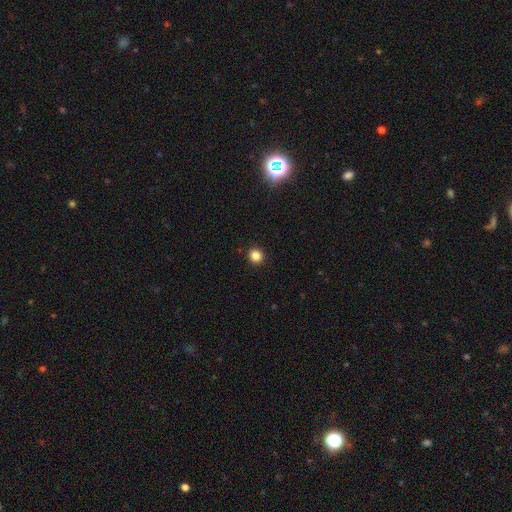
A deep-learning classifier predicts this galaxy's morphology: smooth_or_featured: smooth (p=0.84) [alt: star or artifact p=0.12]
how_rounded: round (p=0.90) [alt: in between p=0.09]
merging: none (p=0.93) [alt: minor disturbance p=0.05]